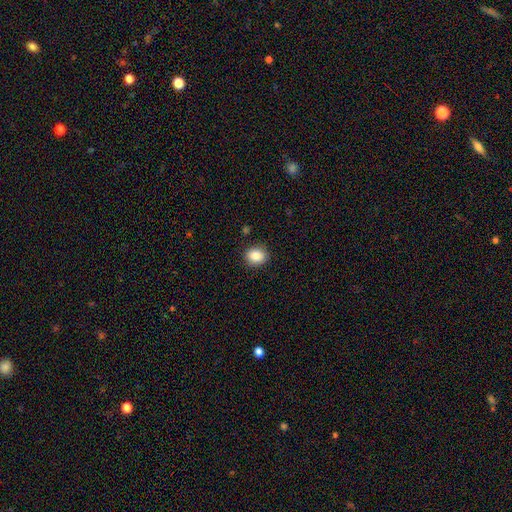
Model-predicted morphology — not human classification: Q: Smooth or featured?
A: smooth (86%); runner-up: star or artifact (9%)
Q: How rounded?
A: round (66%); runner-up: in between (33%)
Q: Merging?
A: none (88%); runner-up: minor disturbance (8%)